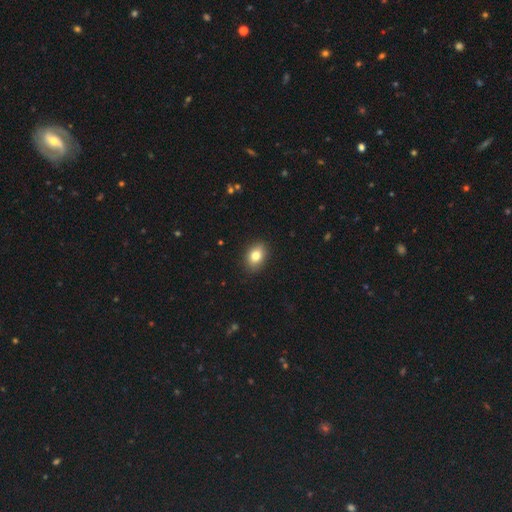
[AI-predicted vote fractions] Q: Smooth or featured?
A: smooth (81%); runner-up: featured or disk (10%)
Q: How rounded?
A: in between (75%); runner-up: round (24%)
Q: Merging?
A: none (88%); runner-up: minor disturbance (9%)